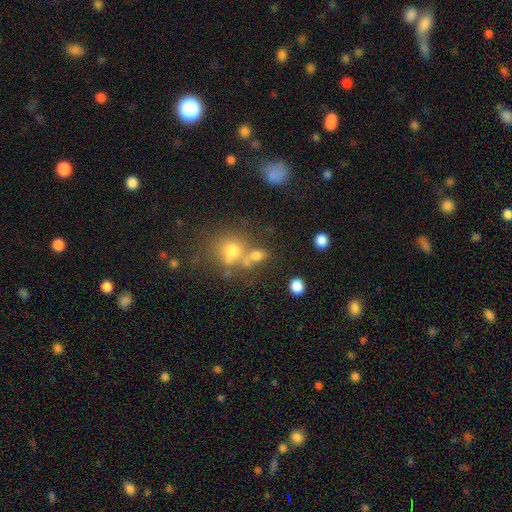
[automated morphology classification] smooth-or-featured: smooth: 69% | star or artifact: 16% | featured or disk: 14%
  how-rounded: round: 55% | in between: 43% | cigar-shaped: 2%
  merging: none: 44% | merger: 36% | minor disturbance: 12% | major disturbance: 8%